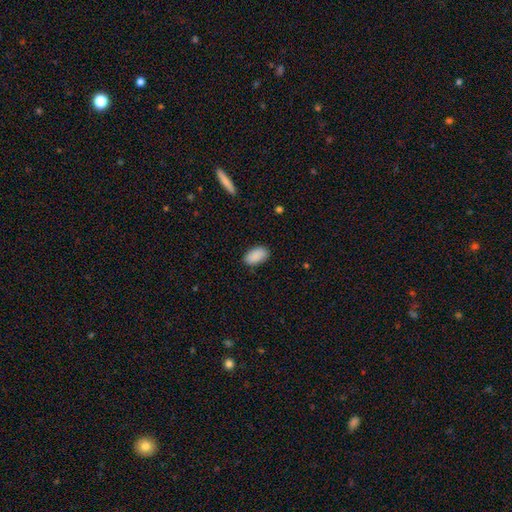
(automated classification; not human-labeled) Smooth or featured? Predicted: smooth (p=0.91). How rounded? Predicted: in between (p=0.95). Merging? Predicted: none (p=0.87).